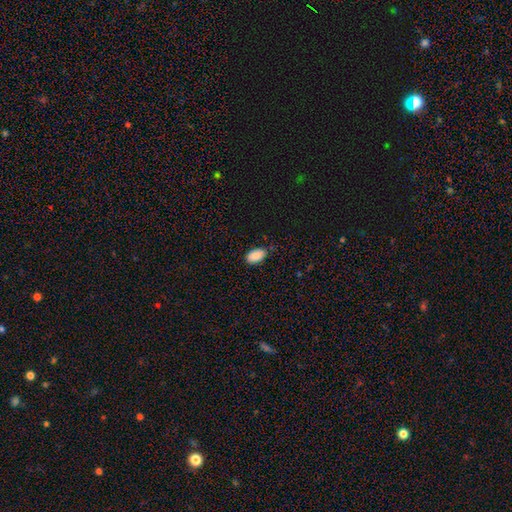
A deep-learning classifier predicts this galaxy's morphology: smooth 88%, star or artifact 7%, featured or disk 4%. Down the decision tree: how rounded — in between (94%); merging — none (80%).